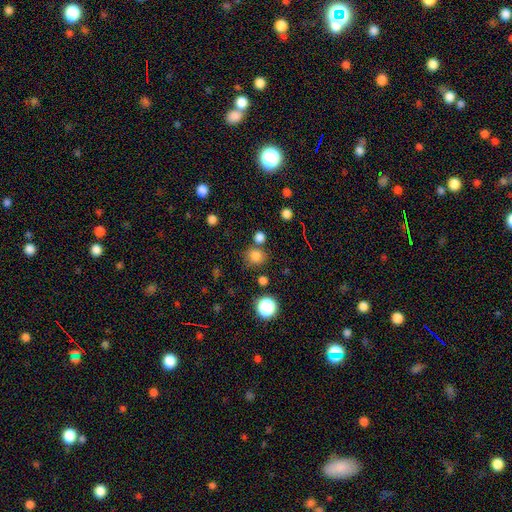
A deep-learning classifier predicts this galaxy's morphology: This appears to be a smooth galaxy with no disk features (79%) that is round (86%). Merging: none (73%).